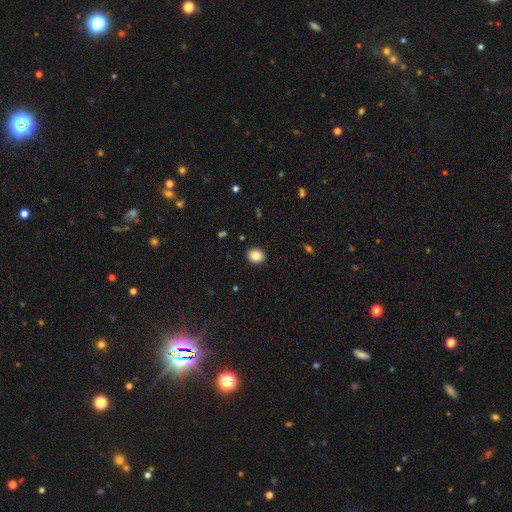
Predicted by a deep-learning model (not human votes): A smooth galaxy with no disk features (84%) that is round (59%).

Vote fractions:
- Smooth or featured? smooth: 84% / star or artifact: 9% / featured or disk: 7%
- How rounded? round: 59% / in between: 40% / cigar-shaped: 1%
- Merging? none: 91% / minor disturbance: 6% / major disturbance: 2% / merger: 1%